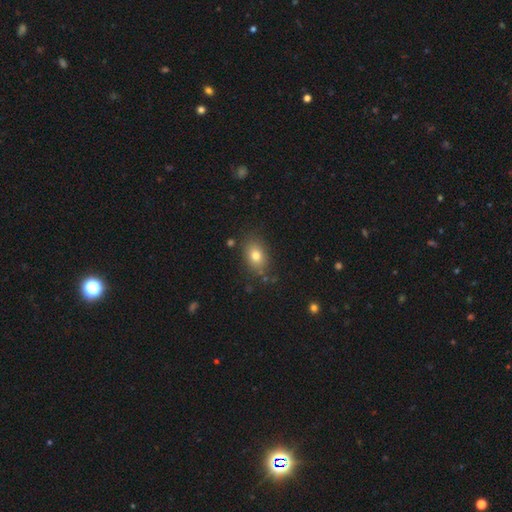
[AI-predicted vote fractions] Smooth or featured?
  - smooth: 78% *
  - featured or disk: 11%
  - star or artifact: 10%
How rounded?
  - in between: 76% *
  - round: 23%
  - cigar-shaped: 1%
Merging?
  - none: 80% *
  - minor disturbance: 13%
  - major disturbance: 4%
  - merger: 3%